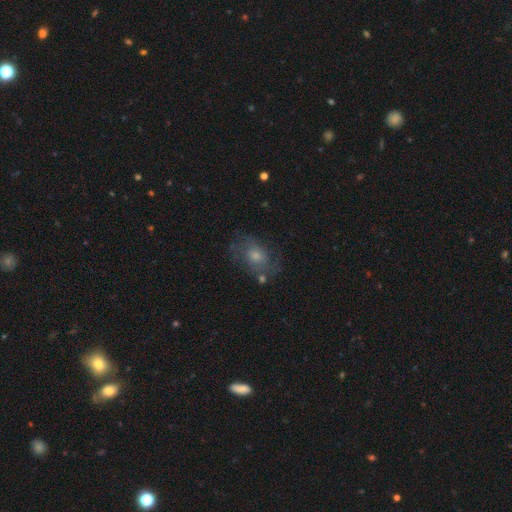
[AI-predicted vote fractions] Smooth or featured? featured or disk (51%)
Edge-on disk? no (95%)
Merging? none (69%)